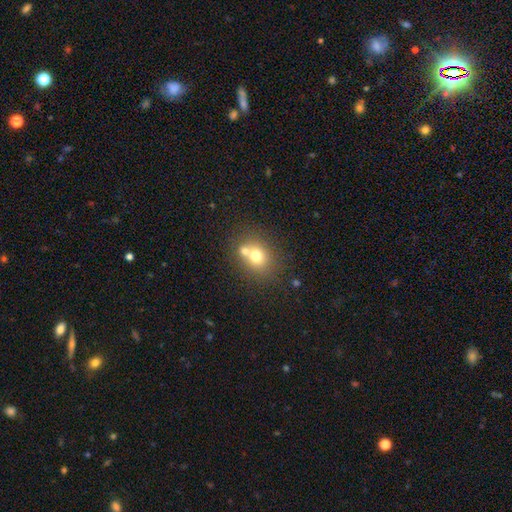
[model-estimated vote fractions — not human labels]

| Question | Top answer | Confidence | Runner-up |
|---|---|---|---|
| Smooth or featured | smooth | 70% | featured or disk (17%) |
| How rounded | round | 69% | in between (30%) |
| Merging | none | 47% | merger (42%) |